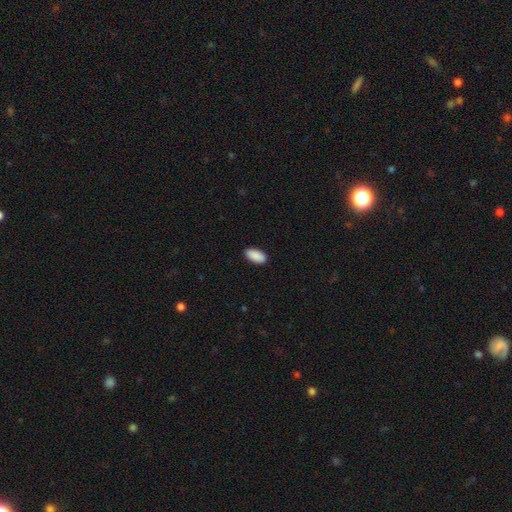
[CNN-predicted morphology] Smooth or featured: smooth — 91% (star or artifact — 6%)
How rounded: in between — 94% (cigar-shaped — 4%)
Merging: none — 90% (minor disturbance — 7%)